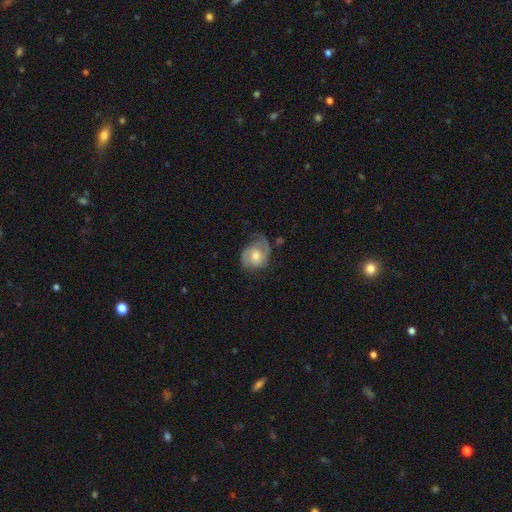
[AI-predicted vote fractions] Smooth or featured? featured or disk (62%)
Edge-on disk? no (97%)
Bar? no (69%)
Spiral arms? yes (85%)
Spiral winding? tight (46%)
Spiral arm count? 2 (61%)
Bulge size? moderate (61%)
Merging? none (54%)